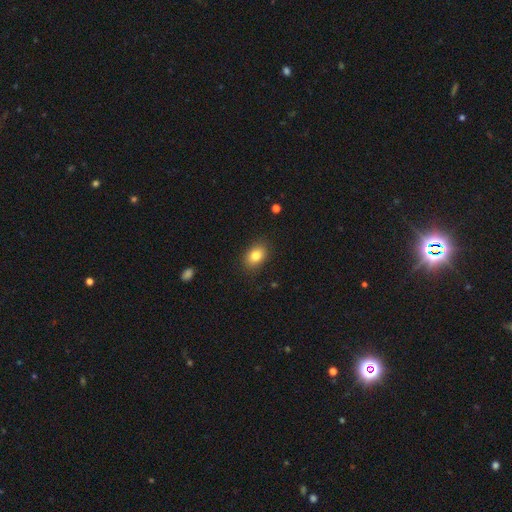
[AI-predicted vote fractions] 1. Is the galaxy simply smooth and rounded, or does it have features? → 82% smooth, 9% star or artifact, 9% featured or disk.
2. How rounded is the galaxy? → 75% in between, 24% round, 1% cigar-shaped.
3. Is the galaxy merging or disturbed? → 87% none, 9% minor disturbance, 2% major disturbance, 1% merger.